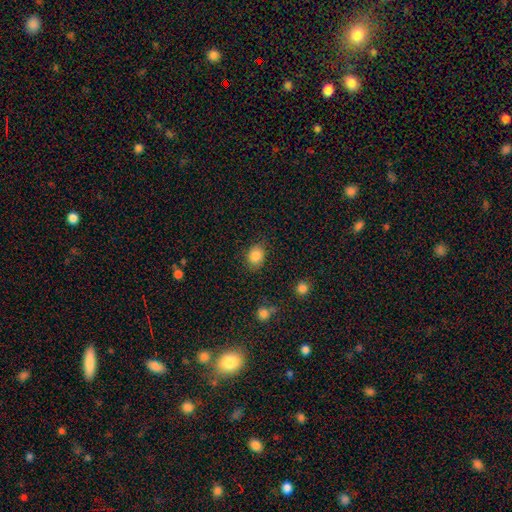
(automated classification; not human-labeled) Overall: smooth (85%). How rounded: round (52%; in between 47%). Merging: none (80%).